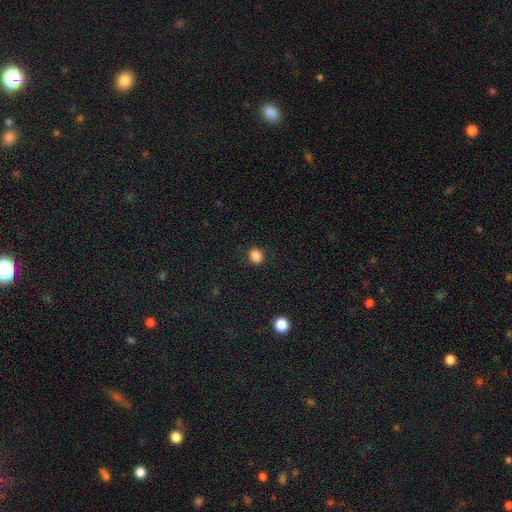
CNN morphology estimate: type=smooth (86%); roundness=round (56%); merging=none (88%).